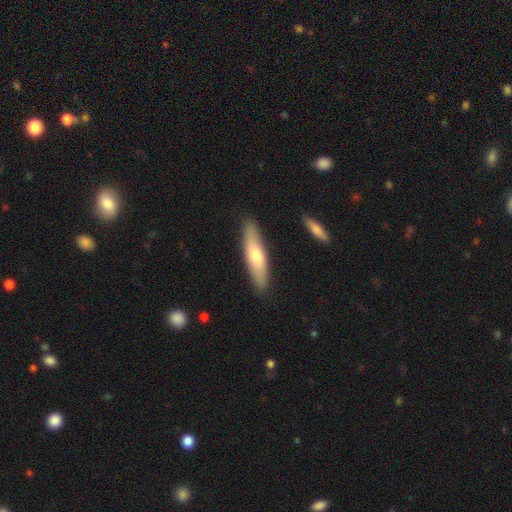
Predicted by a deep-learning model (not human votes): smooth_or_featured: smooth (p=0.59) [alt: featured or disk p=0.35]
how_rounded: cigar-shaped (p=0.74) [alt: in between p=0.24]
merging: none (p=0.87) [alt: minor disturbance p=0.10]